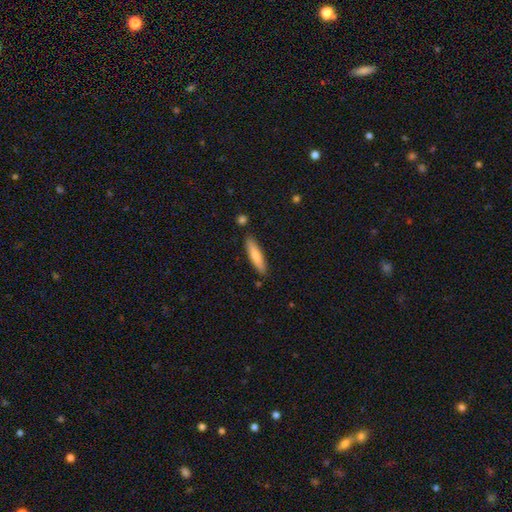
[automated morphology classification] type=smooth (77%); roundness=cigar-shaped (78%); merging=none (85%).